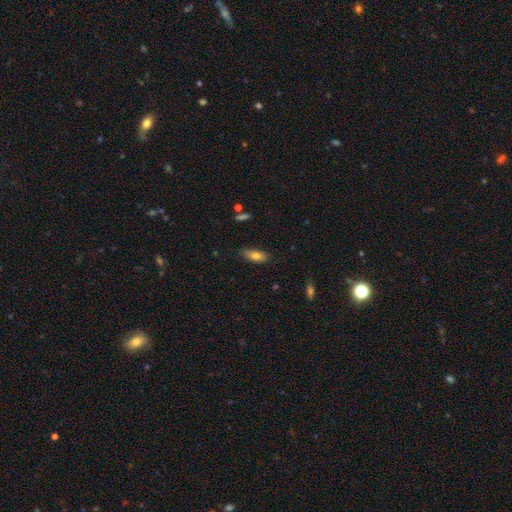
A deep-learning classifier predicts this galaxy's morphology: A smooth galaxy with no disk features (78%) that is in between round and cigar-shaped (75%).

Vote fractions:
- Smooth or featured? smooth: 78% / featured or disk: 14% / star or artifact: 8%
- How rounded? in between: 75% / cigar-shaped: 22% / round: 3%
- Merging? none: 79% / minor disturbance: 17% / major disturbance: 3% / merger: 2%